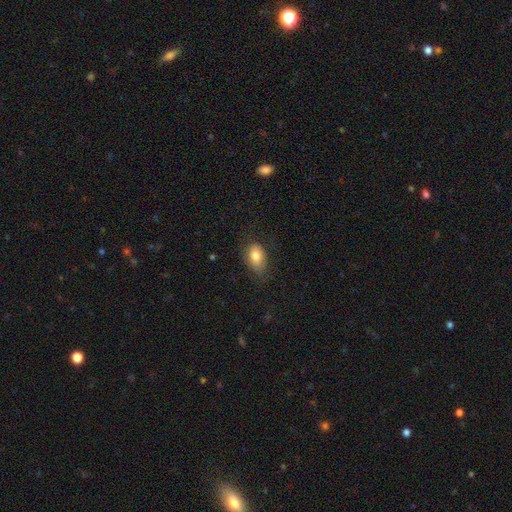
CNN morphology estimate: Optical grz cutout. It shows a smooth galaxy with no disk features (81%) that is in between round and cigar-shaped (88%). Merging: none (71%).